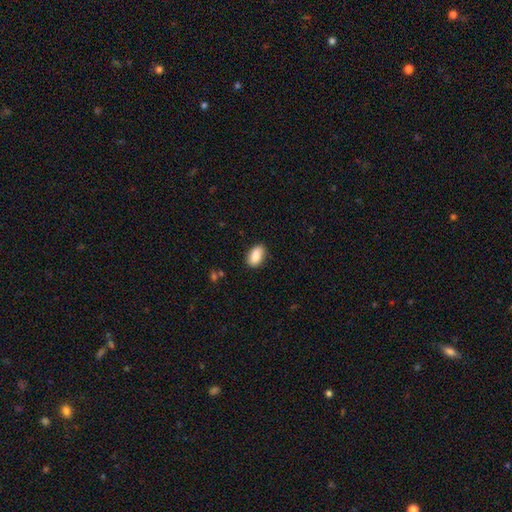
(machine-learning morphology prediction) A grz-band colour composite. It shows a smooth galaxy with no disk features (88%) that is in between round and cigar-shaped (91%). Merging: none (83%).